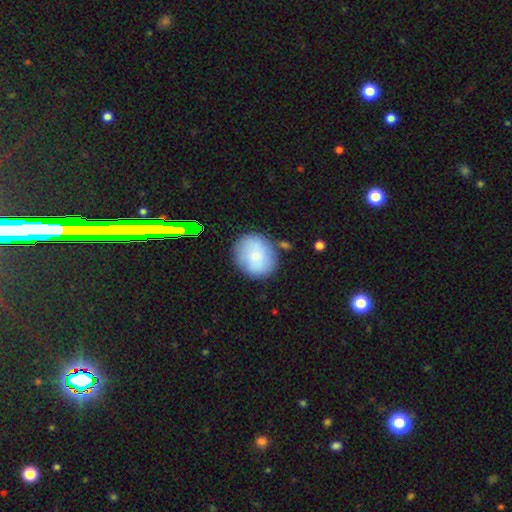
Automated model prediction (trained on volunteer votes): A smooth galaxy with no disk features (75%) that is round (66%).

Vote fractions:
- Smooth or featured? smooth: 75% / featured or disk: 16% / star or artifact: 8%
- How rounded? round: 66% / in between: 33% / cigar-shaped: 1%
- Merging? none: 77% / minor disturbance: 14% / merger: 4% / major disturbance: 4%